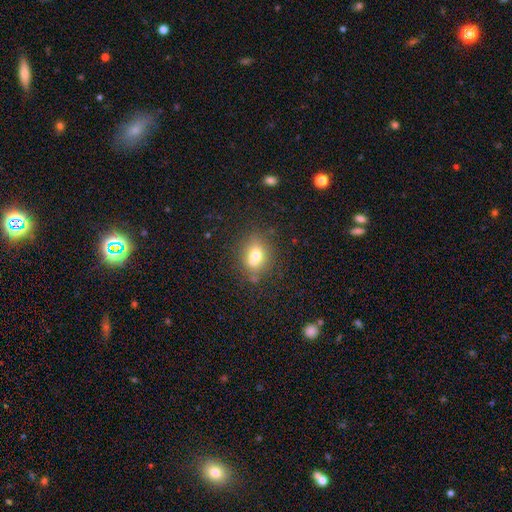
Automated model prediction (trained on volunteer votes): smooth-or-featured: smooth: 70% | featured or disk: 18% | star or artifact: 13%
  how-rounded: in between: 56% | round: 41% | cigar-shaped: 3%
  merging: none: 65% | minor disturbance: 17% | merger: 13% | major disturbance: 6%